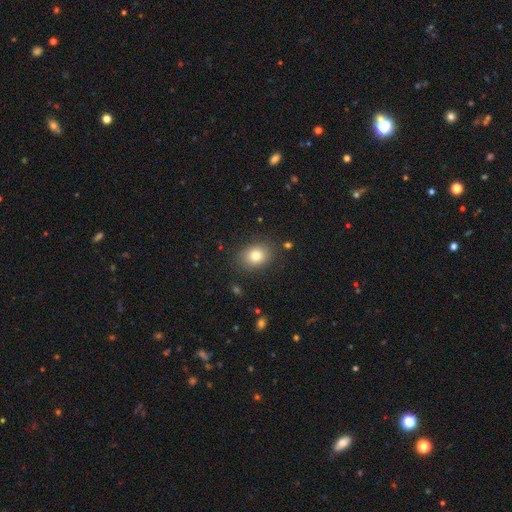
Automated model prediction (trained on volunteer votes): Smooth or featured? Predicted: smooth (p=0.81). How rounded? Predicted: in between (p=0.56). Merging? Predicted: none (p=0.85).